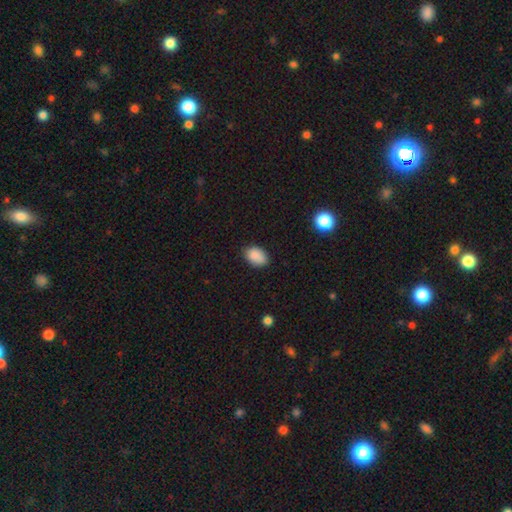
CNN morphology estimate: Smooth or featured? Predicted: smooth (p=0.88). How rounded? Predicted: in between (p=0.86). Merging? Predicted: none (p=0.81).